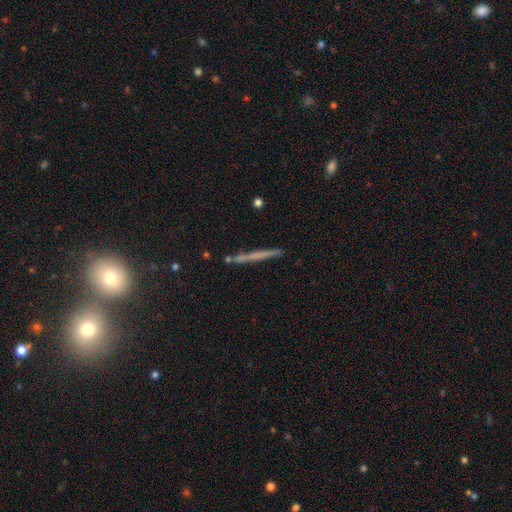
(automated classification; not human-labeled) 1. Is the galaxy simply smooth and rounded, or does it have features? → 48% smooth, 43% featured or disk, 9% star or artifact.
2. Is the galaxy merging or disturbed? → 87% none, 8% minor disturbance, 3% merger, 2% major disturbance.